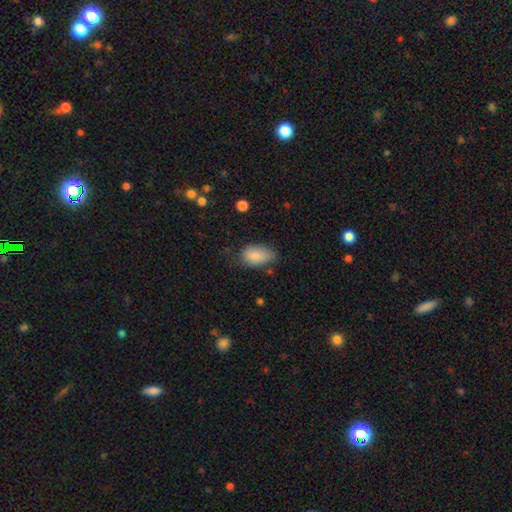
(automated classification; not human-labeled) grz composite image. It shows a smooth galaxy with no disk features (86%) that is in between round and cigar-shaped (92%). Merging: none (55%).